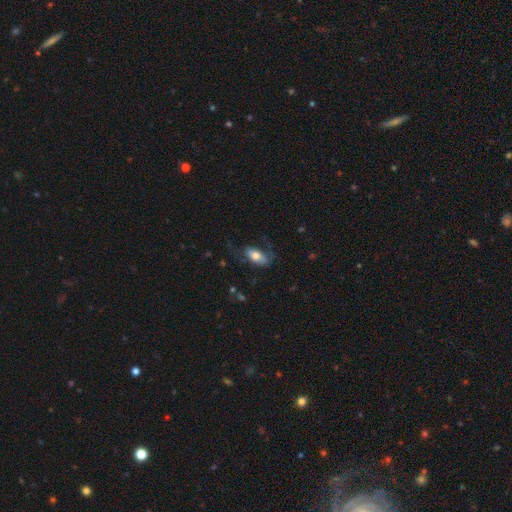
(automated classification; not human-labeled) The model was most divided on "merging": none: 52%, minor disturbance: 24%, major disturbance: 22%, merger: 2%. More confident: how rounded — in between (88%); smooth or featured — smooth (66%).